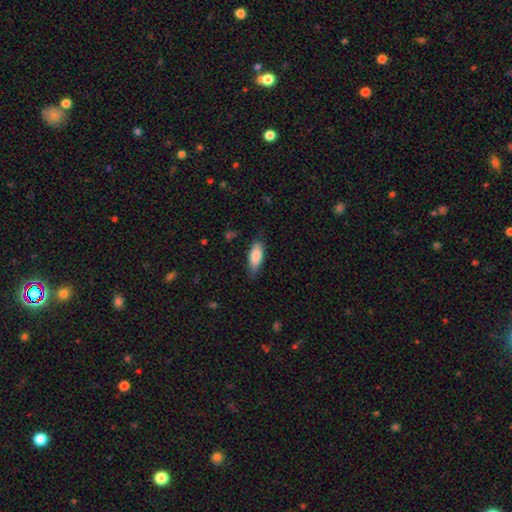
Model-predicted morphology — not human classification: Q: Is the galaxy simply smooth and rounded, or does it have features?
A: smooth — 83%.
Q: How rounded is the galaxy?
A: in between — 74%.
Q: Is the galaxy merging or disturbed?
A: none — 76%.